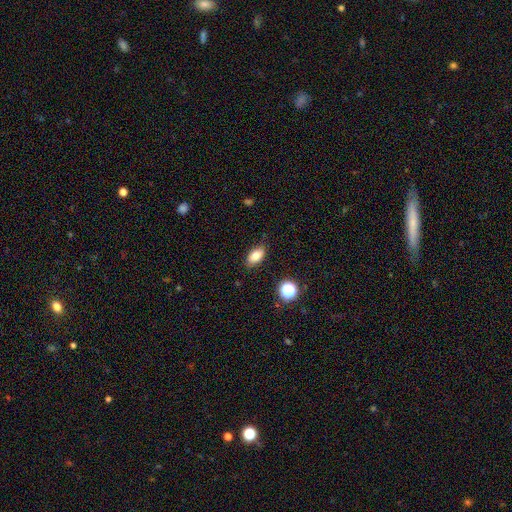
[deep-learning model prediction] A smooth galaxy with no disk features (81%) that is in between round and cigar-shaped (88%). Merging: none (83%).